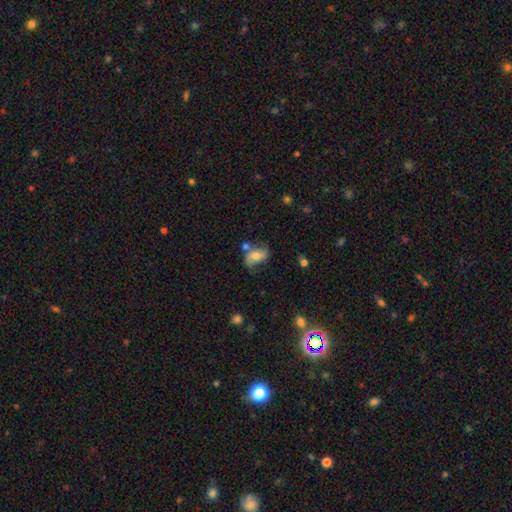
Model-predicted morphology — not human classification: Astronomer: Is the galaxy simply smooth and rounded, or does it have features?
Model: featured or disk — 45%, tied with smooth at 45%.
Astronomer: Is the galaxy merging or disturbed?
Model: none — 51%.